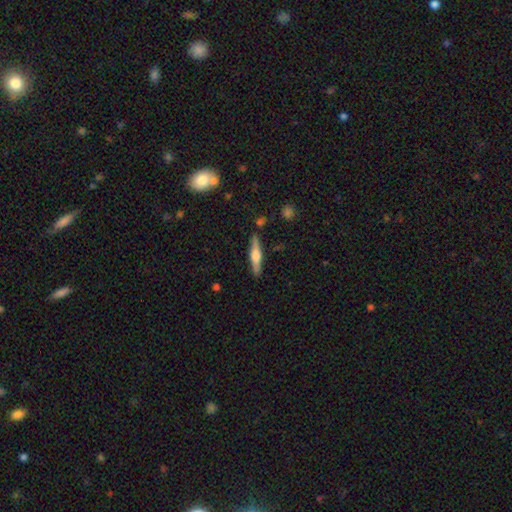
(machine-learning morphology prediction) A featured or disk galaxy (60%) viewed edge-on (97%) with a rounded central bulge (88%). Merging: none (88%).